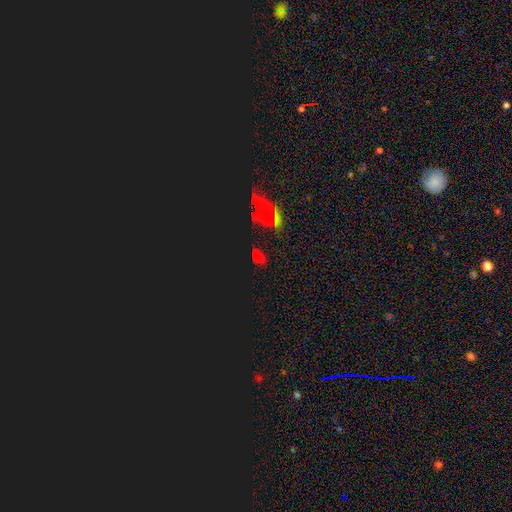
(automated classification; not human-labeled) Smooth or featured: star or artifact — 65% (smooth — 26%)